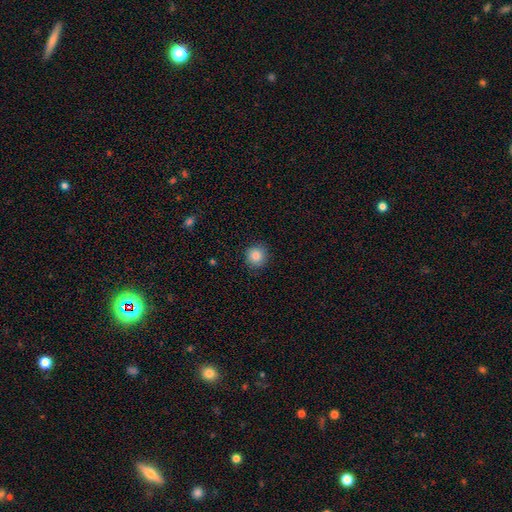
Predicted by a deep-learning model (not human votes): A smooth galaxy with no disk features (87%) that is round (92%). Merging: none (89%).